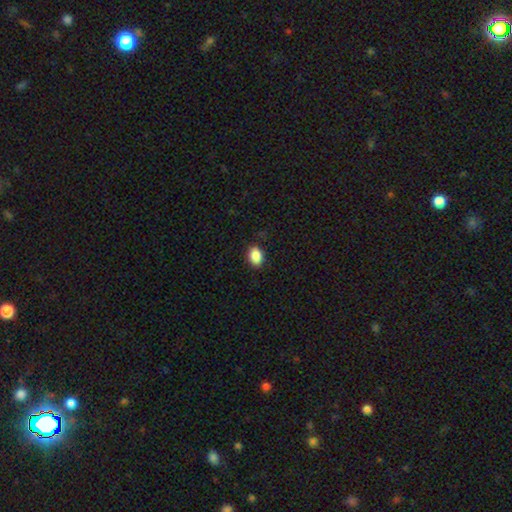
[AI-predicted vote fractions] A smooth galaxy with no disk features (88%) that is in between round and cigar-shaped (80%).

Vote fractions:
- Smooth or featured? smooth: 88% / star or artifact: 8% / featured or disk: 4%
- How rounded? in between: 80% / round: 19% / cigar-shaped: 1%
- Merging? none: 86% / minor disturbance: 11% / major disturbance: 2% / merger: 1%